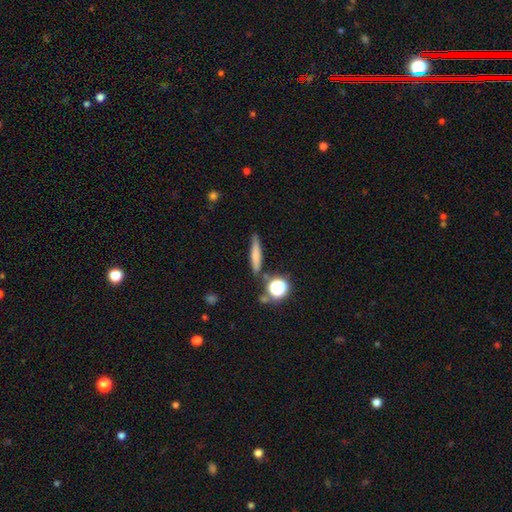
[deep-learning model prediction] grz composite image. It shows a smooth galaxy with no disk features (67%) that is cigar-shaped (83%). Merging: none (78%).